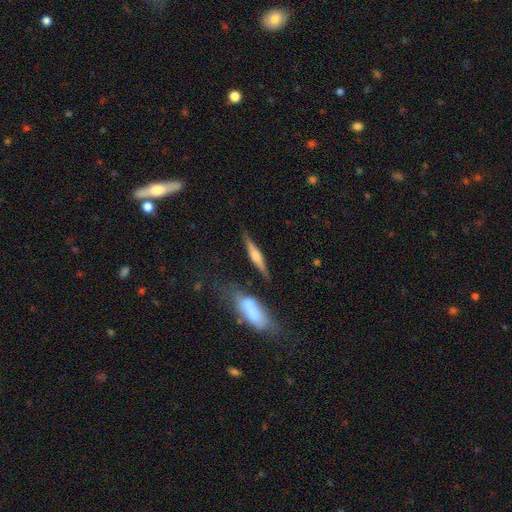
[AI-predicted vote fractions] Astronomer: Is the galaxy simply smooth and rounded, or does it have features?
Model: featured or disk — 62%.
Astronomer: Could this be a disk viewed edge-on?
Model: yes — 95%.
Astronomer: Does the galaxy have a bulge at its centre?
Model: rounded — 83%.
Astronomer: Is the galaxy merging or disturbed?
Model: none — 78%.